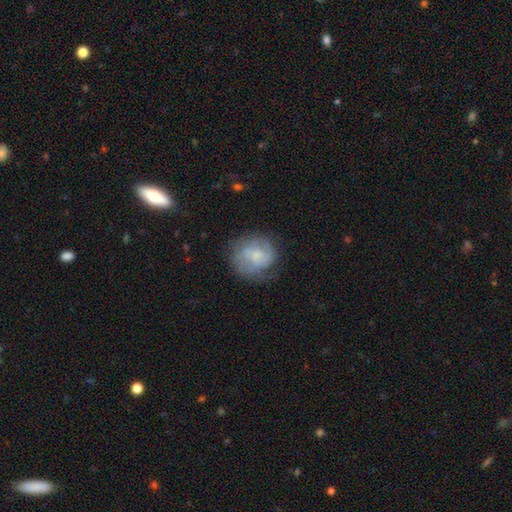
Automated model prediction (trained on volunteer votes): A featured or disk galaxy (51%). Merging: none (66%).